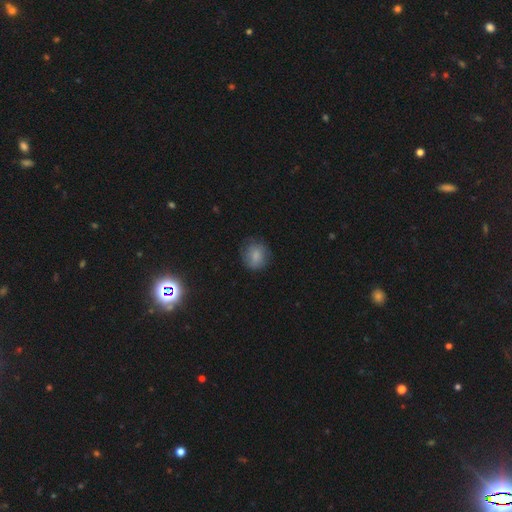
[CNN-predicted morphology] Q: Smooth or featured?
A: smooth (82%); runner-up: featured or disk (9%)
Q: How rounded?
A: round (80%); runner-up: in between (19%)
Q: Merging?
A: none (76%); runner-up: minor disturbance (18%)